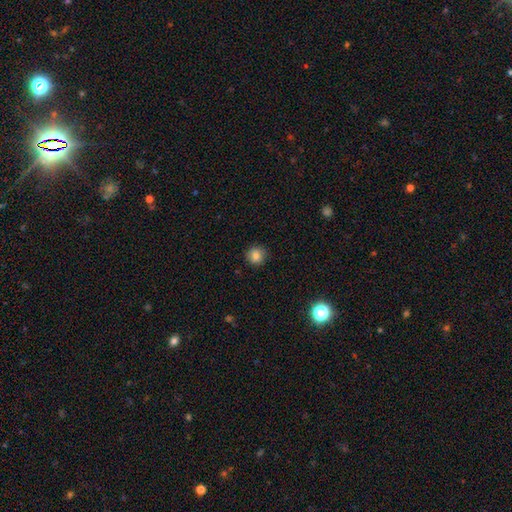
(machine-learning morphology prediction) smooth 82%, star or artifact 11%, featured or disk 7%. Down the decision tree: how rounded — round (91%); merging — none (89%).